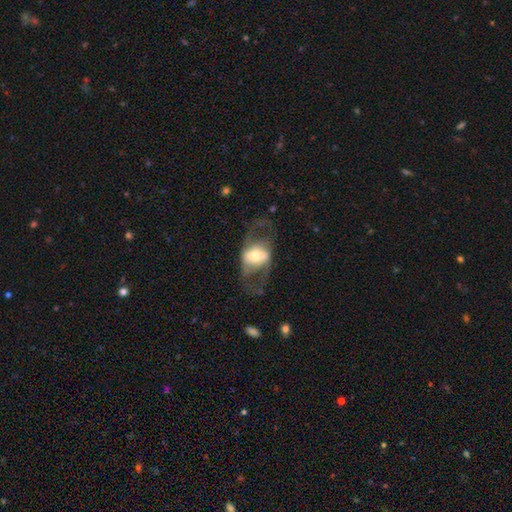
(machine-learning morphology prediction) Smooth or featured? featured or disk (63%)
Edge-on disk? no (88%)
Bar? no (43%)
Spiral arms? no (59%)
Bulge size? moderate (50%)
Merging? none (55%)